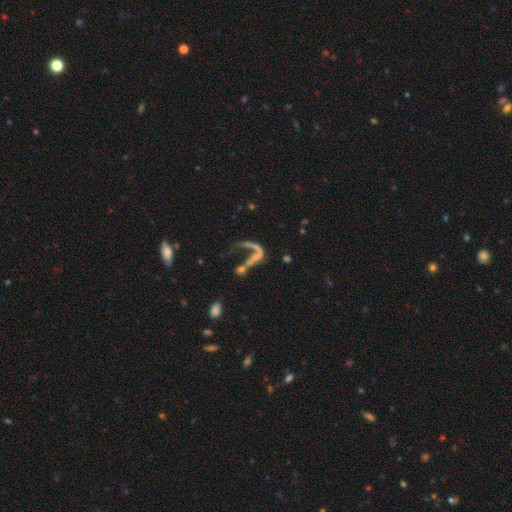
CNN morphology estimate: Smooth or featured: featured or disk — 62% (smooth — 25%)
Edge-on disk: no — 92% (yes — 8%)
Bar: no — 67% (weak — 19%)
Spiral arms: yes — 52% (no — 48%)
Bulge size: none — 60% (small — 25%)
Merging: major disturbance — 39% (merger — 30%)